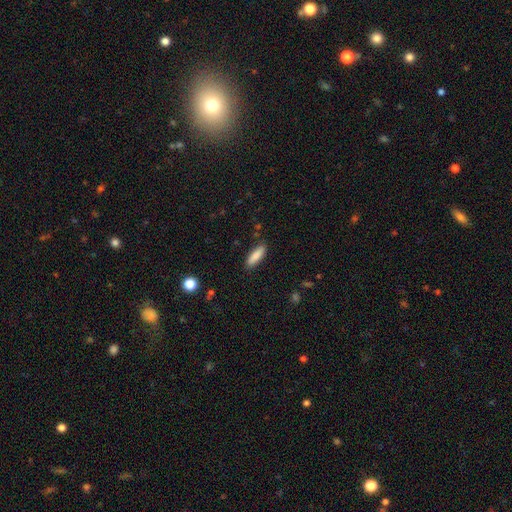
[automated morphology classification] smooth_or_featured: smooth (p=0.87) [alt: featured or disk p=0.07]
how_rounded: cigar-shaped (p=0.50) [alt: in between p=0.48]
merging: none (p=0.87) [alt: minor disturbance p=0.09]